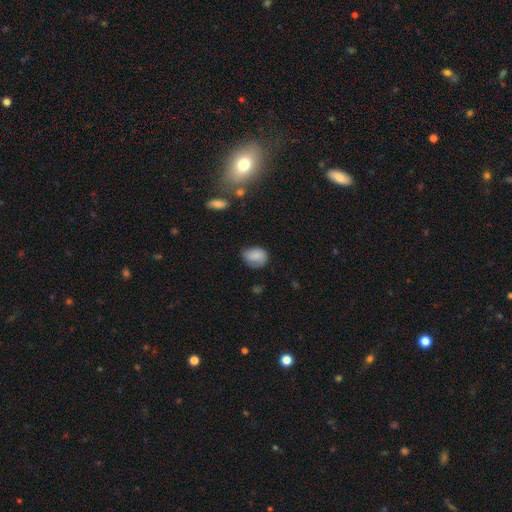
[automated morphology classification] smooth-or-featured: smooth: 82% | featured or disk: 10% | star or artifact: 8%
  how-rounded: in between: 58% | round: 41% | cigar-shaped: 1%
  merging: none: 61% | minor disturbance: 30% | major disturbance: 8% | merger: 2%